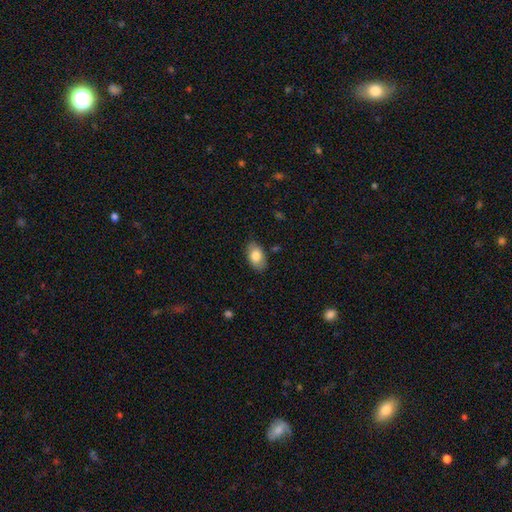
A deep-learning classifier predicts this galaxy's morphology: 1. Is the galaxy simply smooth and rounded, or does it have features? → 80% smooth, 14% featured or disk, 7% star or artifact.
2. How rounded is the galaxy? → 92% in between, 7% round, 1% cigar-shaped.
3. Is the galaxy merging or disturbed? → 82% none, 14% minor disturbance, 3% major disturbance, 1% merger.